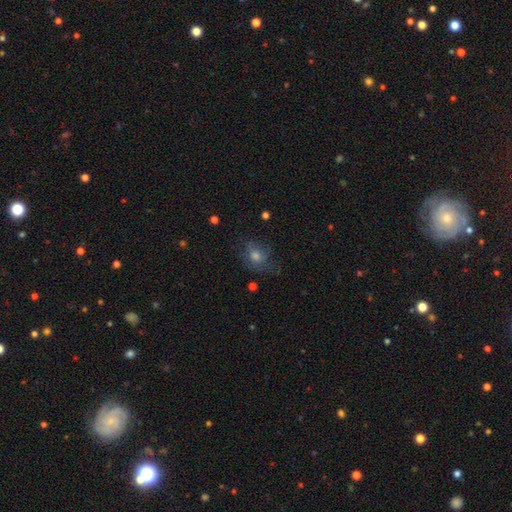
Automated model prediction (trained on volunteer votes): Q: Smooth or featured?
A: smooth (44%); runner-up: featured or disk (38%)
Q: Merging?
A: none (58%); runner-up: minor disturbance (23%)